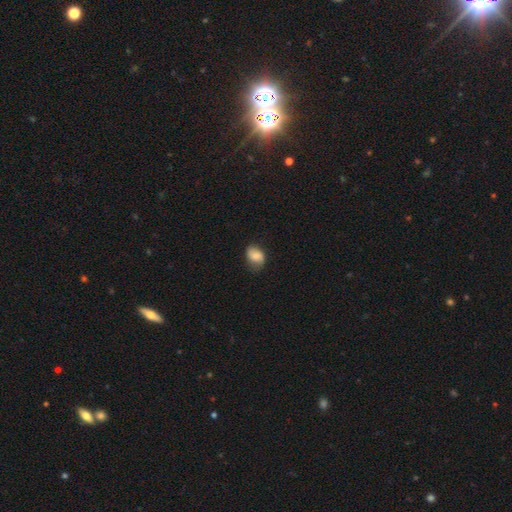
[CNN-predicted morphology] This appears to be a smooth galaxy with no disk features (72%) that is in between round and cigar-shaped (68%). Merging: none (68%).